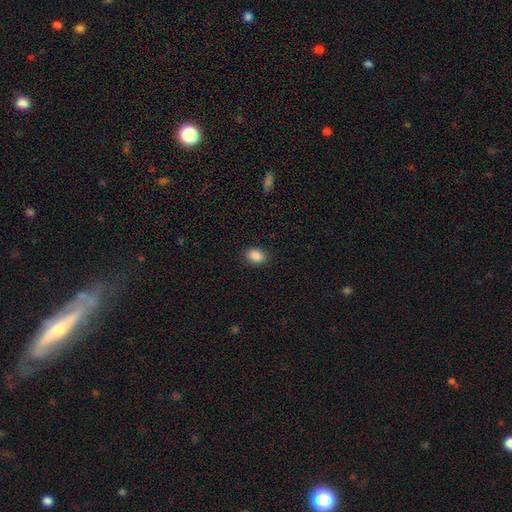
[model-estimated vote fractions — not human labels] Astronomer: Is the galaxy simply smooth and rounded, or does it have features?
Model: smooth — 88%.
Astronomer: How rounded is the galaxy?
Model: in between — 74%.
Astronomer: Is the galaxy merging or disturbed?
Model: none — 88%.